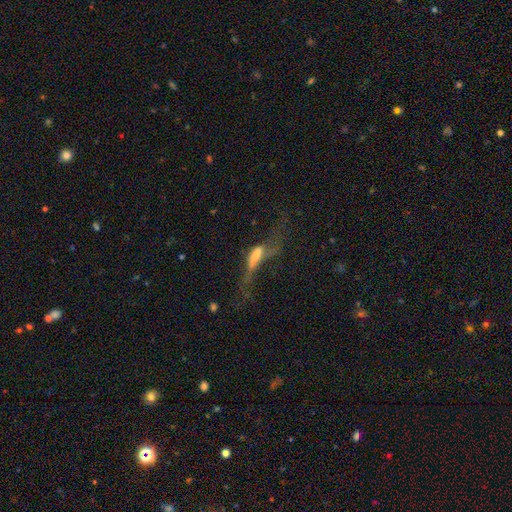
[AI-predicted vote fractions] A smooth galaxy with no disk features (50%). Merging: major disturbance (58%).